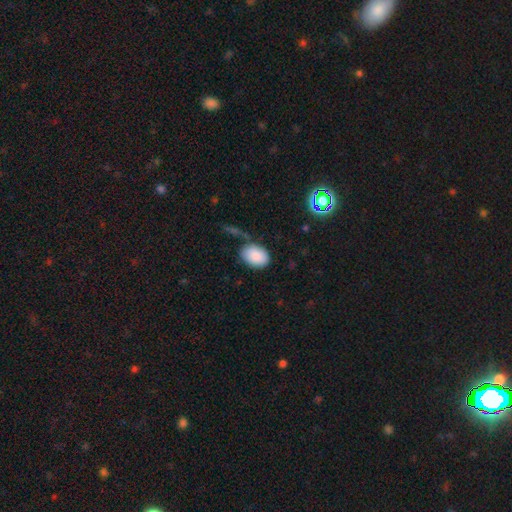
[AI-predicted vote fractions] A smooth galaxy with no disk features (88%) that is in between round and cigar-shaped (80%). Merging: none (69%).